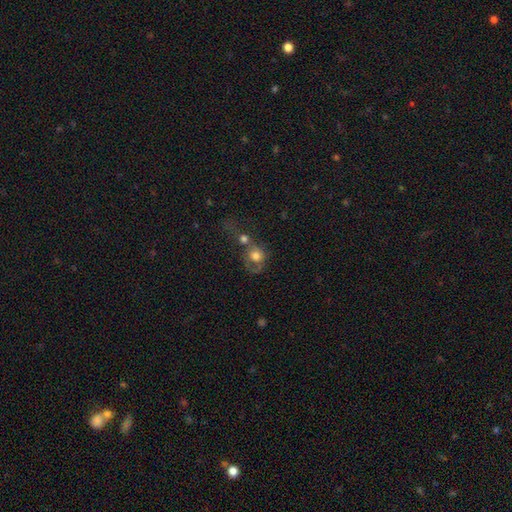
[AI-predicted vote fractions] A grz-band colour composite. It shows a smooth galaxy with no disk features (68%) that is round (76%). Merging: merger (54%).